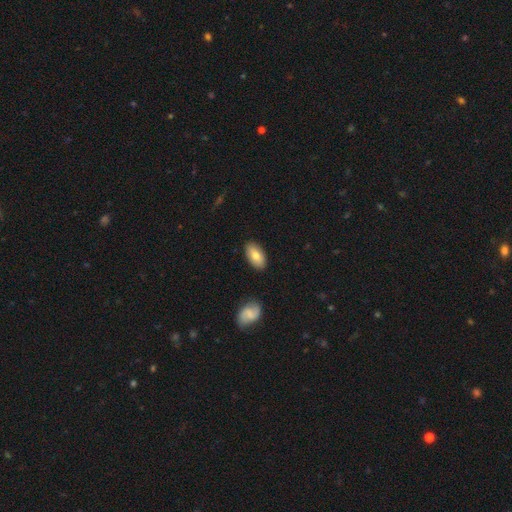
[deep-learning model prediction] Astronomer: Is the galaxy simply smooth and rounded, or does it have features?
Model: smooth — 75%.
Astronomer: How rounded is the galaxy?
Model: in between — 94%.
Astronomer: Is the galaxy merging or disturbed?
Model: none — 86%.